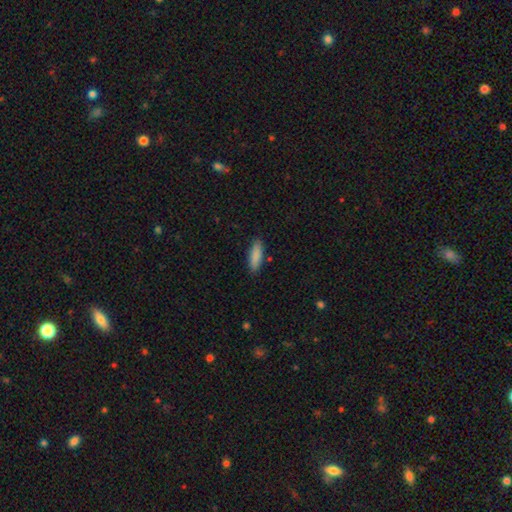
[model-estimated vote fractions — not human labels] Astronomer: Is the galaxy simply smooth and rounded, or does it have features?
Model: smooth — 87%.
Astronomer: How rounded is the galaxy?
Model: cigar-shaped — 49%, tied with in between at 49%.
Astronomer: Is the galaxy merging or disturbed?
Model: none — 86%.